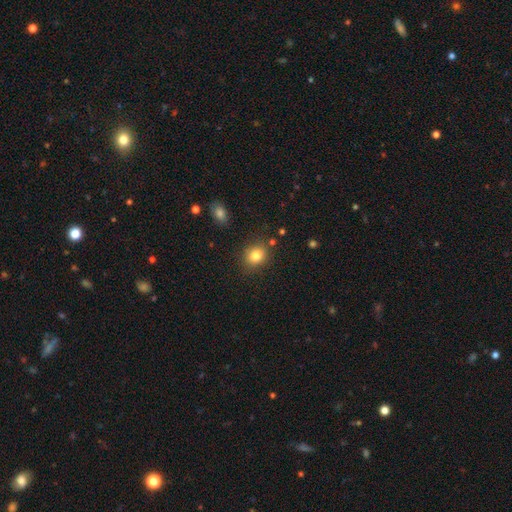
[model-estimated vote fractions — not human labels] A smooth galaxy with no disk features (82%) that is round (64%).

Vote fractions:
- Smooth or featured? smooth: 82% / star or artifact: 11% / featured or disk: 7%
- How rounded? round: 64% / in between: 35% / cigar-shaped: 1%
- Merging? none: 84% / minor disturbance: 10% / merger: 3% / major disturbance: 3%